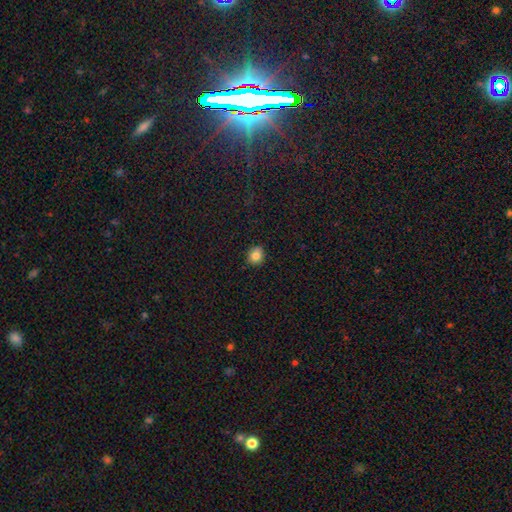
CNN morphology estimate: This appears to be a smooth galaxy with no disk features (82%) that is round (76%). Merging: none (88%).